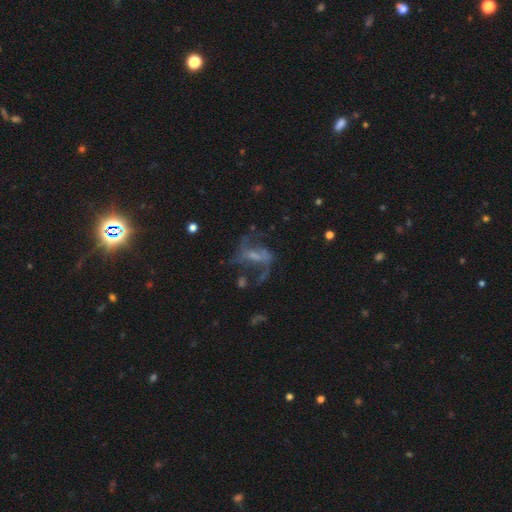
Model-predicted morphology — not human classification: This is likely a featured or disk galaxy (69%). It is clearly not viewed edge-on (95%). Bar: marginally weak (42%). Spiral arm pattern: likely yes (72%). Central bulge: marginally small (39%). Merging: marginally none (40%).